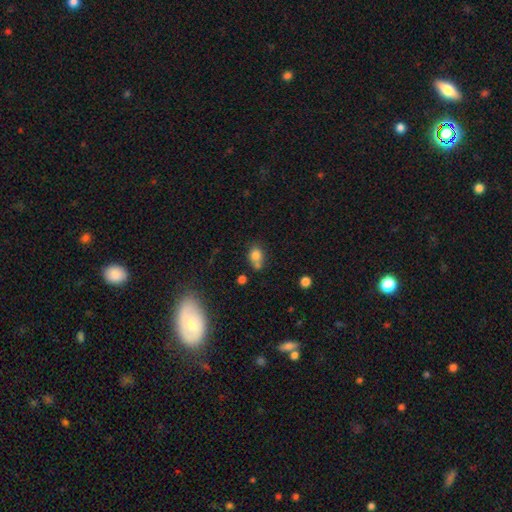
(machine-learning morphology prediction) smooth-or-featured: smooth: 79% | star or artifact: 12% | featured or disk: 9%
  how-rounded: round: 58% | in between: 40% | cigar-shaped: 1%
  merging: none: 43% | merger: 33% | minor disturbance: 17% | major disturbance: 6%